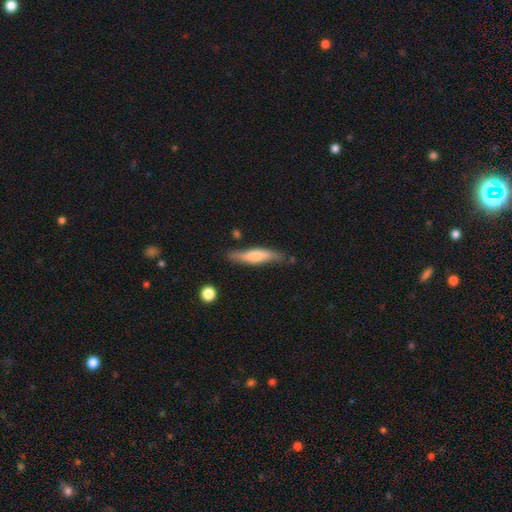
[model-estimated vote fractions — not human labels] smooth 61%, featured or disk 33%, star or artifact 6%. Down the decision tree: how rounded — cigar-shaped (77%); merging — none (74%).